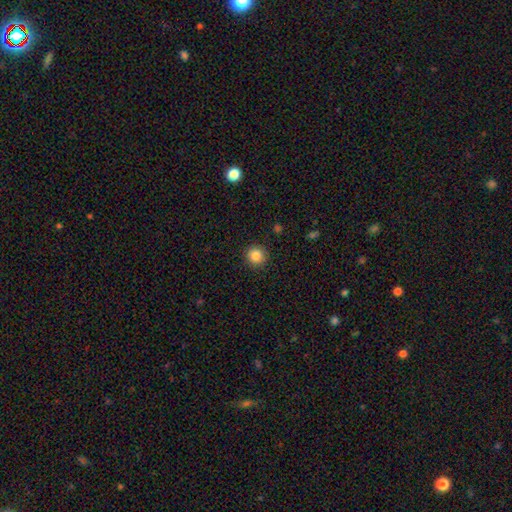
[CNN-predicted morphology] This appears to be a smooth galaxy with no disk features (85%) that is round (95%). Merging: none (92%).